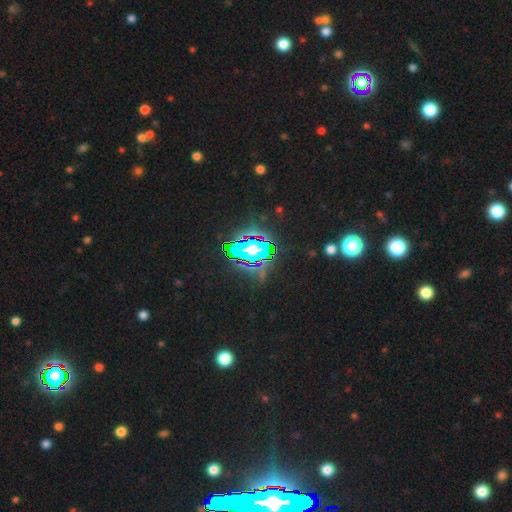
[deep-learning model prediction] Q: Smooth or featured?
A: star or artifact (80%); runner-up: smooth (11%)